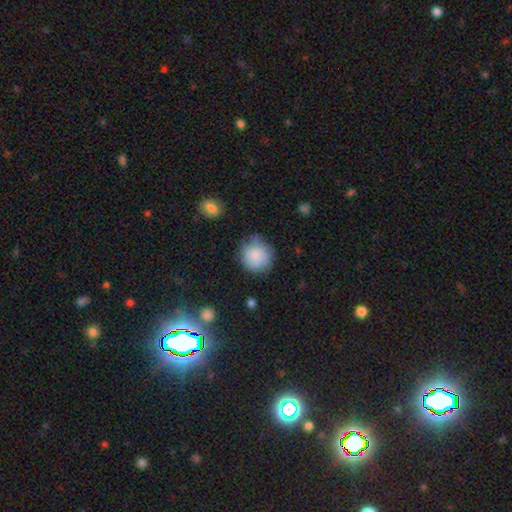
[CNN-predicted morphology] Smooth or featured: smooth — 66% (featured or disk — 26%)
How rounded: round — 88% (in between — 11%)
Merging: none — 70% (minor disturbance — 21%)